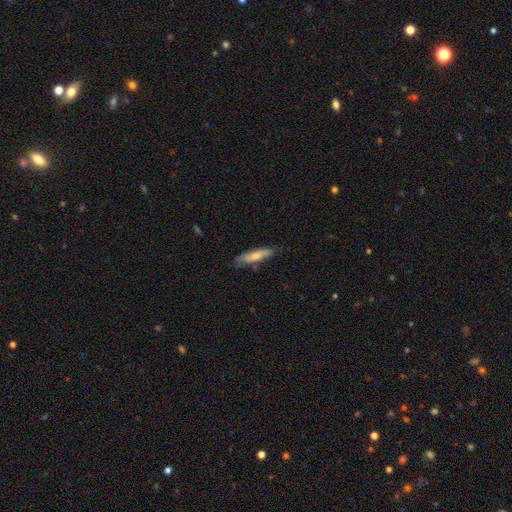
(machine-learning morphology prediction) Overall: smooth (71%). How rounded: cigar-shaped (75%). Merging: none (73%).